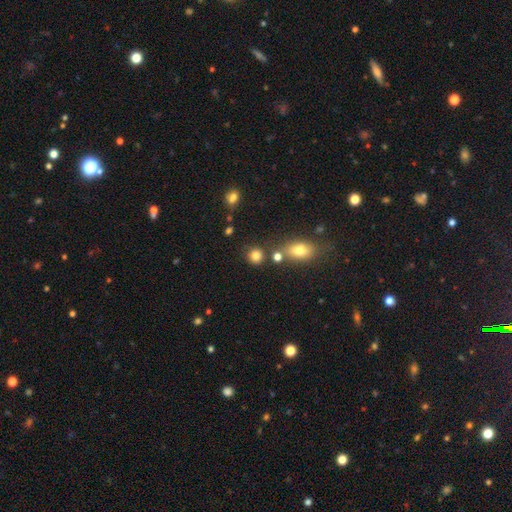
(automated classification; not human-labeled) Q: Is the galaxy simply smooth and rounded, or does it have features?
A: smooth — 81%.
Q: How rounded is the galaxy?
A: round — 84%.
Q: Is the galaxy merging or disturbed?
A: none — 76%.